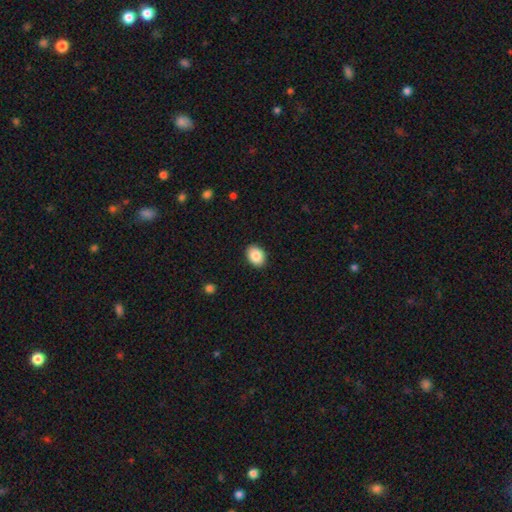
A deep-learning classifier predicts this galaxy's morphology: type=smooth (88%); roundness=in between (68%); merging=none (90%).